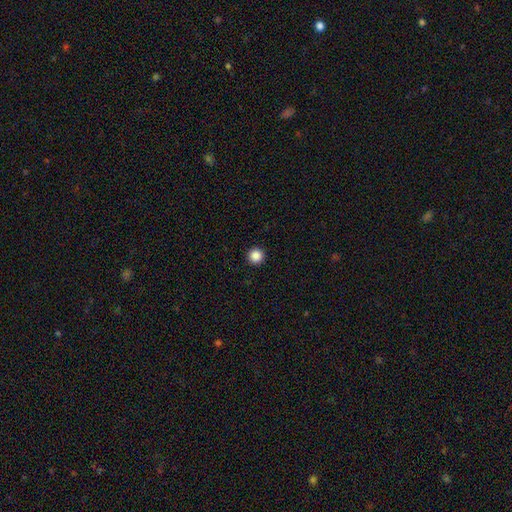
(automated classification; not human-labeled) smooth-or-featured: smooth: 87% | star or artifact: 10% | featured or disk: 3%
  how-rounded: round: 97% | in between: 2% | cigar-shaped: 1%
  merging: none: 94% | minor disturbance: 4% | major disturbance: 1% | merger: 1%